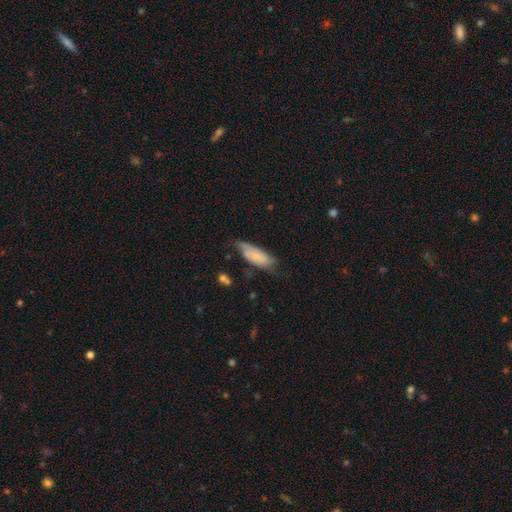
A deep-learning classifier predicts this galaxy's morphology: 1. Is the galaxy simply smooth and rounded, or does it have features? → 66% smooth, 27% featured or disk, 7% star or artifact.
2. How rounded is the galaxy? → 69% in between, 29% cigar-shaped, 2% round.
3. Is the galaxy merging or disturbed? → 48% none, 37% minor disturbance, 13% major disturbance, 3% merger.